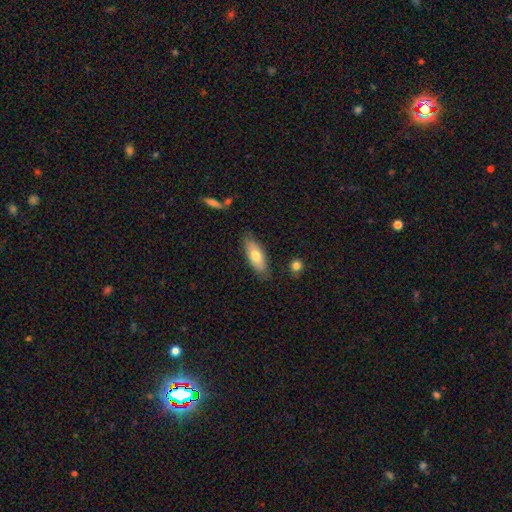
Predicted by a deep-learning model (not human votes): A smooth galaxy with no disk features (71%) that is in between round and cigar-shaped (72%). Merging: none (82%).